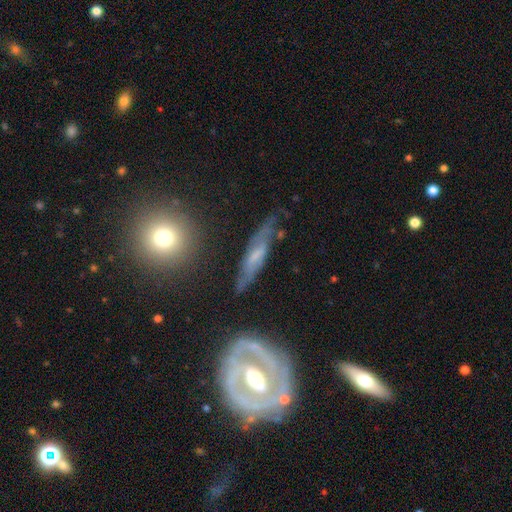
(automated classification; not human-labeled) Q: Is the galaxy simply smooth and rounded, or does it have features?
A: featured or disk — 66%.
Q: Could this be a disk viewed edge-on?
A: no — 57%.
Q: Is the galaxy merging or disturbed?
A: none — 67%.